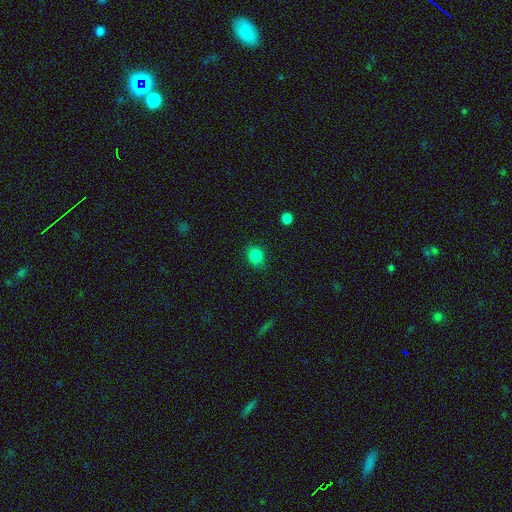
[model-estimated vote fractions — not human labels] smooth 85%, star or artifact 10%, featured or disk 4%. Down the decision tree: how rounded — round (65%); merging — none (84%).